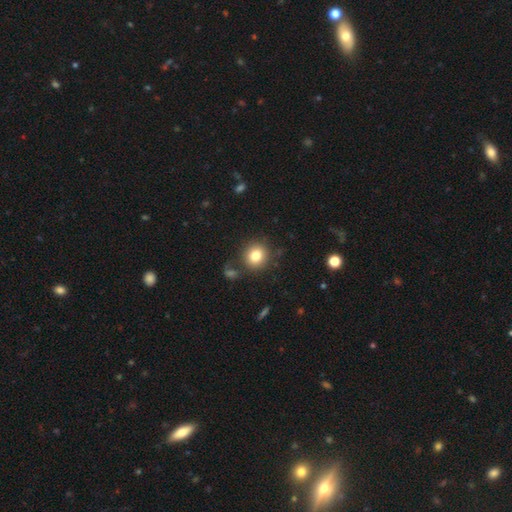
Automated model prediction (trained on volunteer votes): Overall: smooth (81%). How rounded: round (86%). Merging: none (82%).